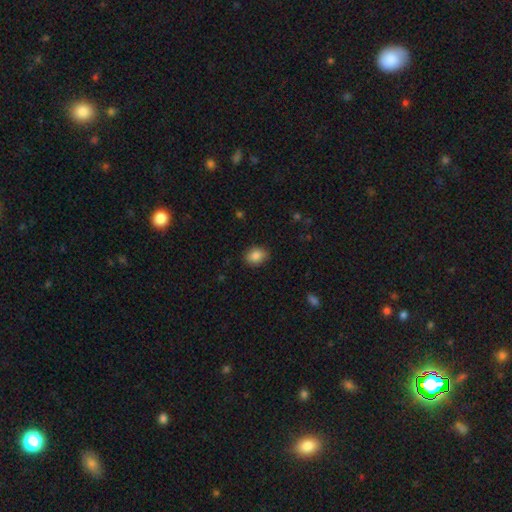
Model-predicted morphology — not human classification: Smooth or featured? Predicted: smooth (p=0.87). How rounded? Predicted: in between (p=0.63). Merging? Predicted: none (p=0.86).